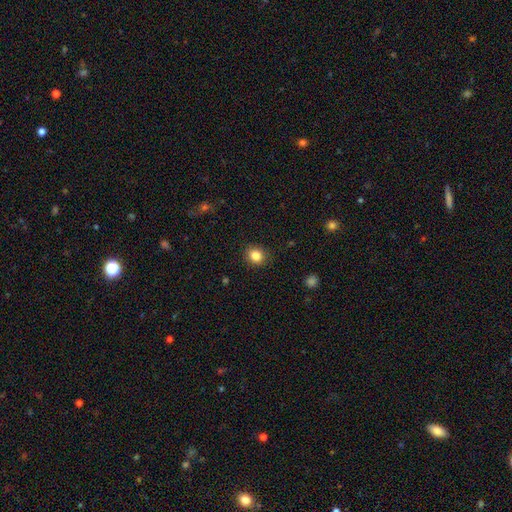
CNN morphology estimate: type=smooth (84%); roundness=round (72%); merging=none (89%).